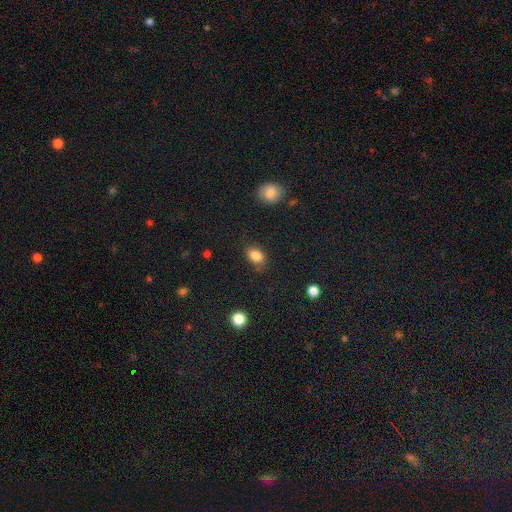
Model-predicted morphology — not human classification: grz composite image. It shows a smooth galaxy with no disk features (85%) that is in between round and cigar-shaped (75%). Merging: none (76%).